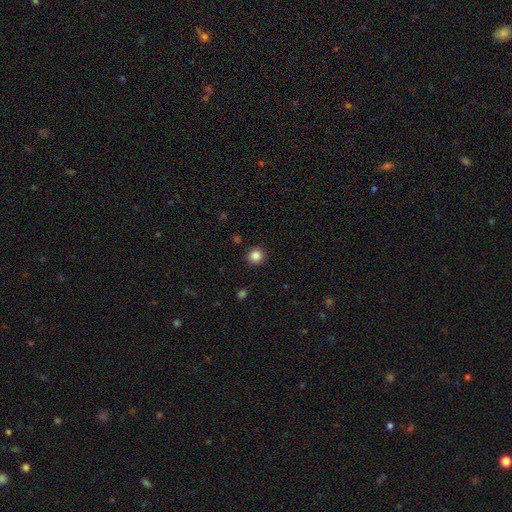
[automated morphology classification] Smooth or featured: smooth — 86% (star or artifact — 11%)
How rounded: round — 91% (in between — 8%)
Merging: none — 90% (minor disturbance — 6%)